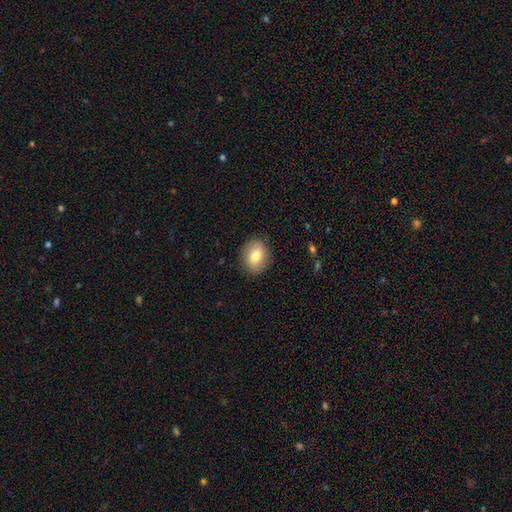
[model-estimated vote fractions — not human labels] Morphology: type=smooth (77%); roundness=in between (61%); merging=none (86%).